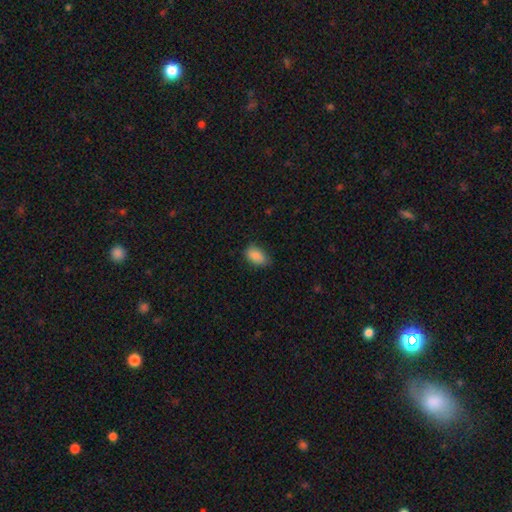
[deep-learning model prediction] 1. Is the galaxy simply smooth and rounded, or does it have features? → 87% smooth, 7% star or artifact, 6% featured or disk.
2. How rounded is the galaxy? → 90% in between, 8% round, 2% cigar-shaped.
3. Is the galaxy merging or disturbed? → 70% none, 25% minor disturbance, 4% major disturbance, 1% merger.